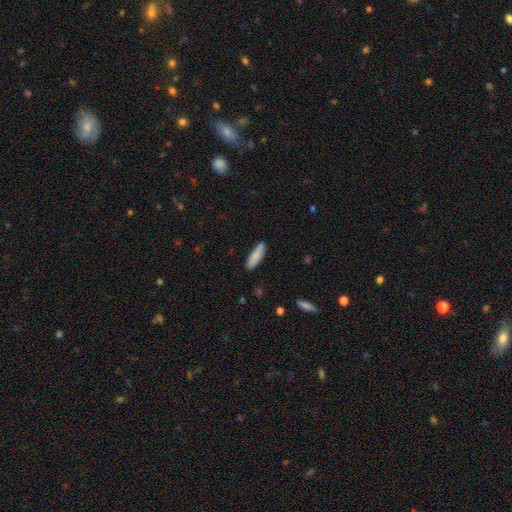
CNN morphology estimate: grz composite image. It shows a smooth galaxy with no disk features (85%) that is cigar-shaped (55%). Merging: none (79%).